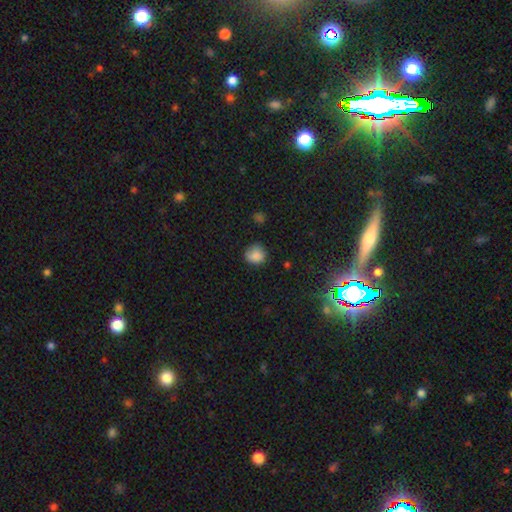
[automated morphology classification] smooth_or_featured: smooth (p=0.85) [alt: star or artifact p=0.10]
how_rounded: round (p=0.83) [alt: in between p=0.16]
merging: none (p=0.71) [alt: minor disturbance p=0.23]